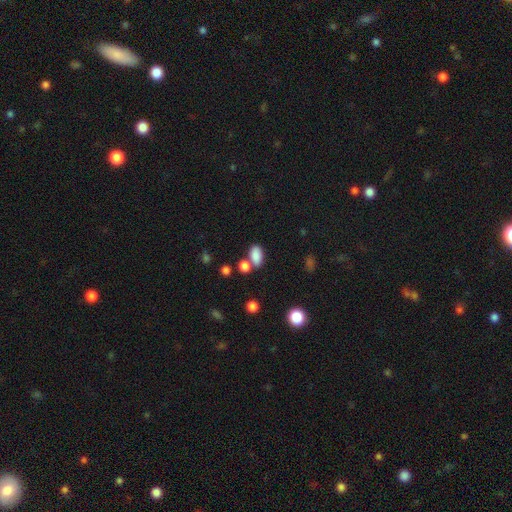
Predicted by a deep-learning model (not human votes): smooth-or-featured: smooth: 85% | star or artifact: 9% | featured or disk: 6%
  how-rounded: in between: 89% | round: 9% | cigar-shaped: 2%
  merging: none: 56% | merger: 27% | minor disturbance: 13% | major disturbance: 5%